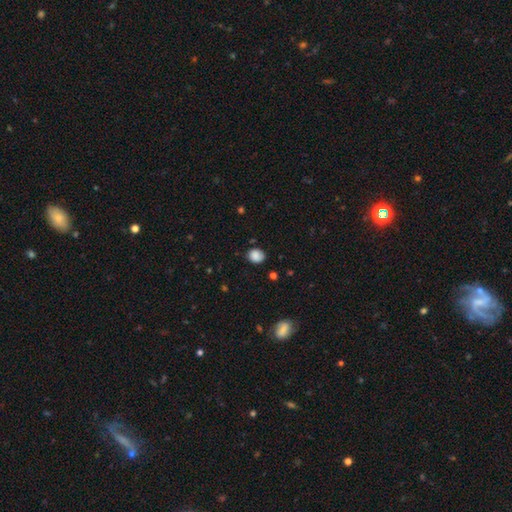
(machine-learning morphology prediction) The model was most divided on "how rounded": round: 61%, in between: 38%, cigar-shaped: 1%. More confident: smooth or featured — smooth (84%); merging — none (75%).